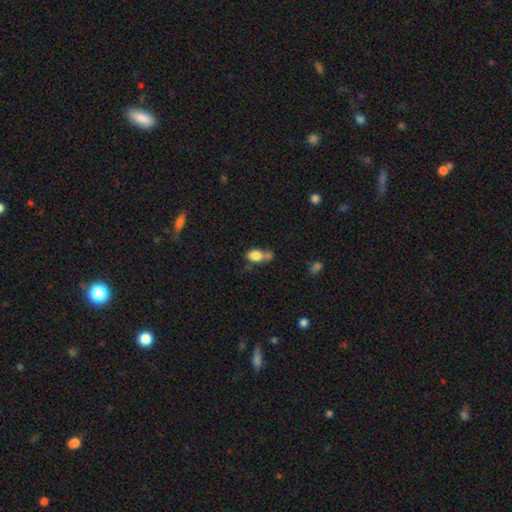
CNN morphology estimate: smooth_or_featured: smooth (p=0.80) [alt: featured or disk p=0.11]
how_rounded: in between (p=0.75) [alt: round p=0.22]
merging: none (p=0.39) [alt: merger p=0.32]